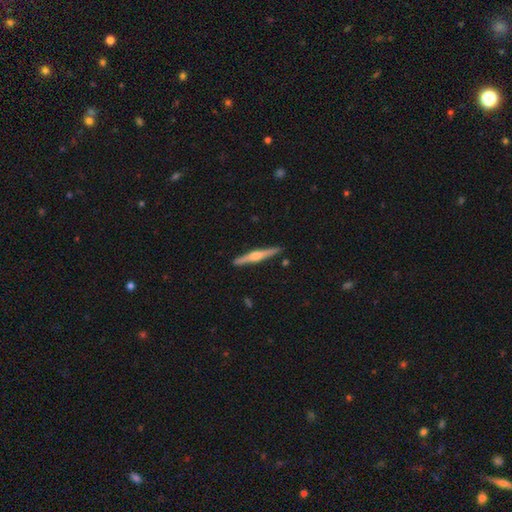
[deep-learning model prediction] Q: Smooth or featured?
A: featured or disk (73%); runner-up: smooth (22%)
Q: Edge-on disk?
A: yes (98%); runner-up: no (2%)
Q: Edge-on bulge?
A: rounded (88%); runner-up: boxy (7%)
Q: Merging?
A: none (91%); runner-up: minor disturbance (6%)